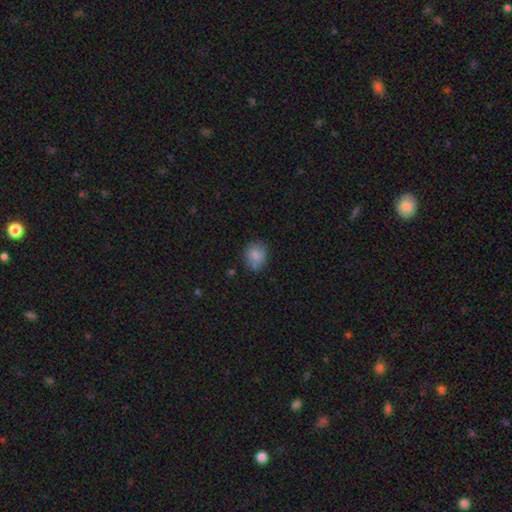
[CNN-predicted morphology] This appears to be a smooth galaxy with no disk features (79%) that is round (64%). Merging: none (70%).